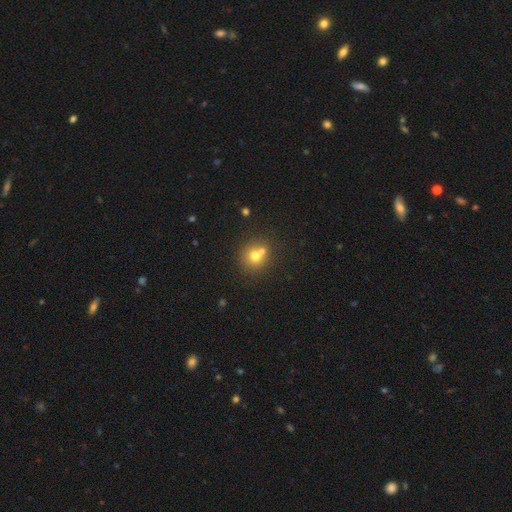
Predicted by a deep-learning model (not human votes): A smooth galaxy with no disk features (70%) that is round (84%).

Vote fractions:
- Smooth or featured? smooth: 70% / featured or disk: 16% / star or artifact: 14%
- How rounded? round: 84% / in between: 15% / cigar-shaped: 1%
- Merging? none: 49% / merger: 40% / minor disturbance: 8% / major disturbance: 3%